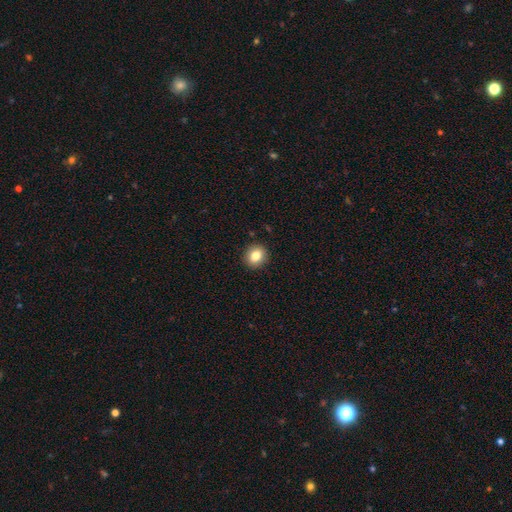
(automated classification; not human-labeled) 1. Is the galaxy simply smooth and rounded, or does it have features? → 82% smooth, 10% star or artifact, 8% featured or disk.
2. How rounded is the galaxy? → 80% round, 19% in between, 1% cigar-shaped.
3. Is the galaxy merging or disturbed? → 91% none, 6% minor disturbance, 2% major disturbance, 1% merger.